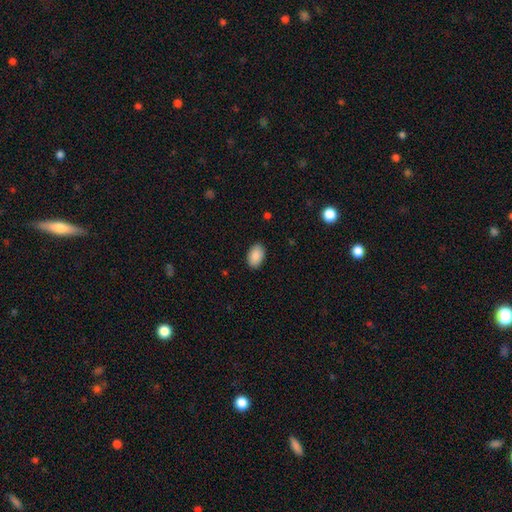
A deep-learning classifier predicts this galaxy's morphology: type=smooth (90%); roundness=in between (92%); merging=none (88%).